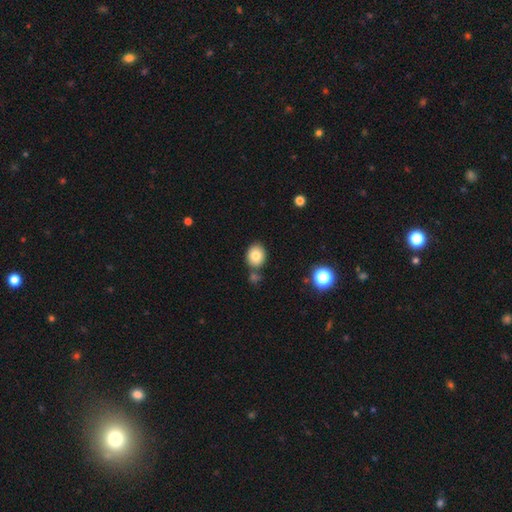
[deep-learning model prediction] smooth-or-featured: smooth: 80% | featured or disk: 10% | star or artifact: 10%
  how-rounded: round: 54% | in between: 45% | cigar-shaped: 1%
  merging: none: 74% | minor disturbance: 12% | merger: 11% | major disturbance: 3%